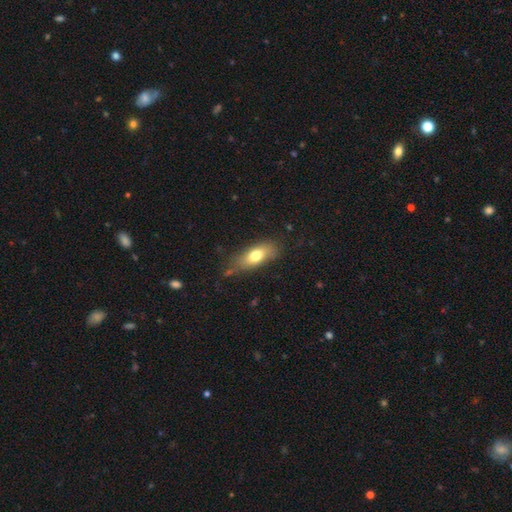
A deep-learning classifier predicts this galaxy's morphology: Smooth or featured: smooth — 71% (featured or disk — 21%)
How rounded: in between — 77% (cigar-shaped — 18%)
Merging: none — 68% (minor disturbance — 23%)